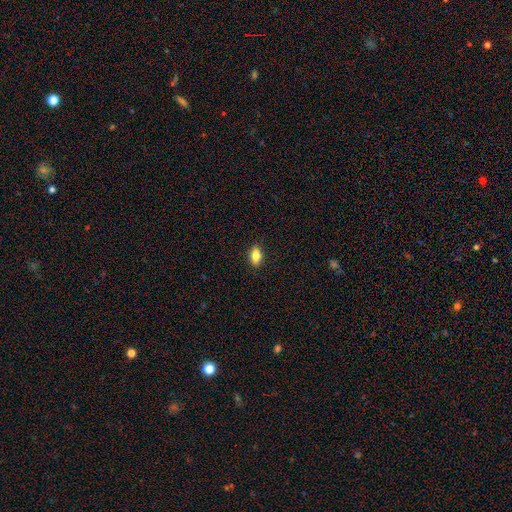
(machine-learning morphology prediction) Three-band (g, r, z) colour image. It shows a smooth galaxy with no disk features (79%) that is in between round and cigar-shaped (84%). Merging: none (87%).